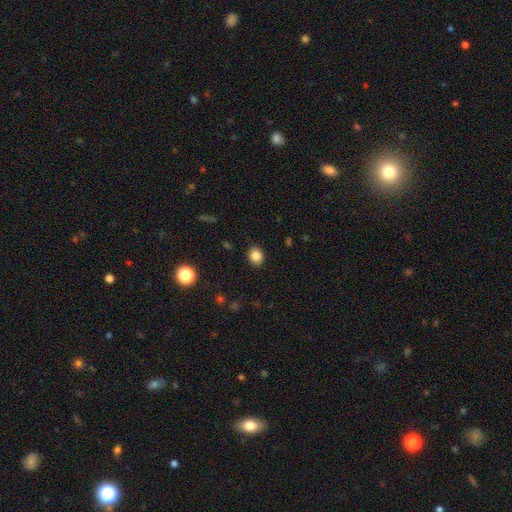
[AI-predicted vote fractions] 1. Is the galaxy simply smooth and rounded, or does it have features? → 85% smooth, 11% star or artifact, 5% featured or disk.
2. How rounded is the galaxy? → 57% round, 42% in between, 1% cigar-shaped.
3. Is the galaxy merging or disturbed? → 89% none, 7% minor disturbance, 2% major disturbance, 1% merger.